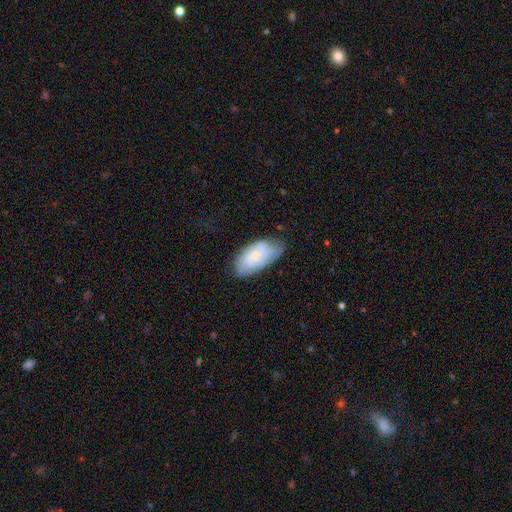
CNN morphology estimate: Smooth or featured: smooth — 58% (featured or disk — 34%)
How rounded: in between — 93% (cigar-shaped — 4%)
Merging: none — 62% (minor disturbance — 29%)